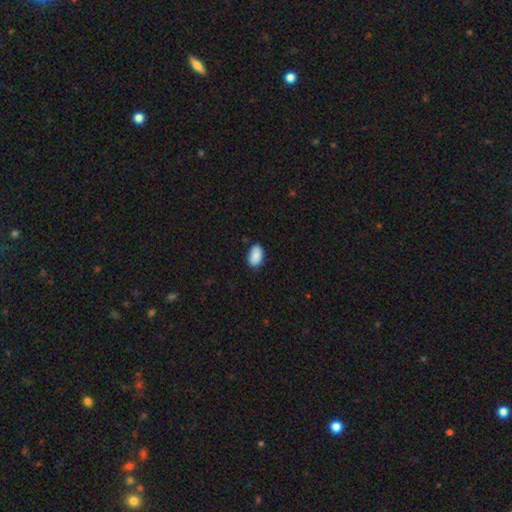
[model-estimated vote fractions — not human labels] This is clearly a smooth galaxy (89%). How rounded: clearly in between (93%). Merging: clearly none (82%).